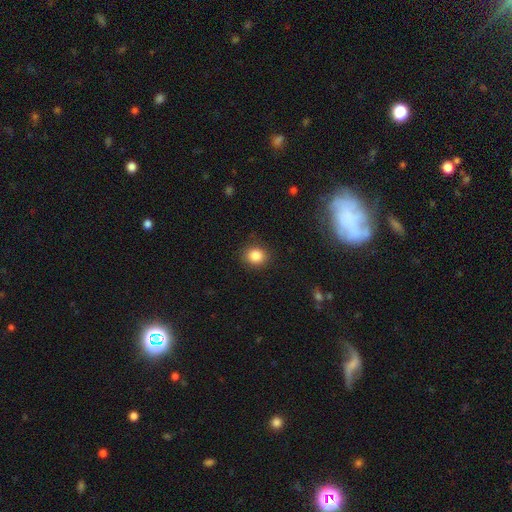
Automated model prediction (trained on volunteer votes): Smooth or featured: smooth — 85% (star or artifact — 10%)
How rounded: round — 74% (in between — 25%)
Merging: none — 87% (minor disturbance — 10%)